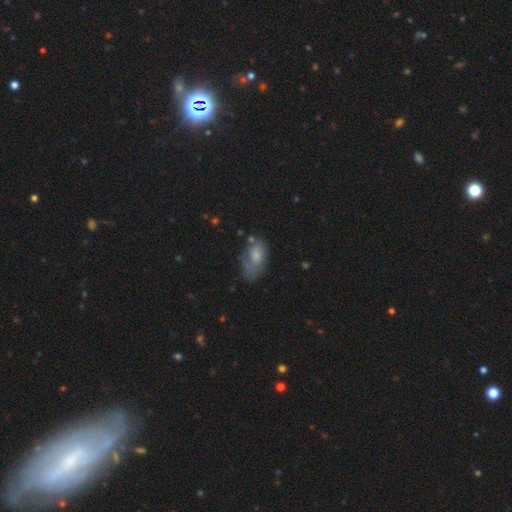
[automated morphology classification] A smooth galaxy with no disk features (61%) that is in between round and cigar-shaped (90%).

Vote fractions:
- Smooth or featured? smooth: 61% / featured or disk: 31% / star or artifact: 8%
- How rounded? in between: 90% / round: 7% / cigar-shaped: 3%
- Merging? none: 44% / minor disturbance: 31% / major disturbance: 21% / merger: 5%